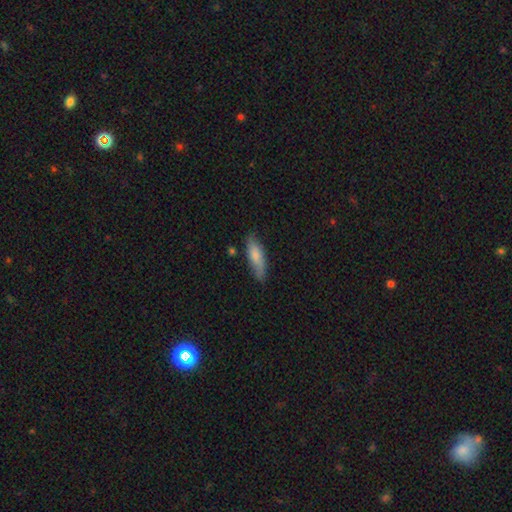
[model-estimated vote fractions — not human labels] Smooth or featured? smooth (73%)
How rounded? in between (53%)
Merging? none (73%)